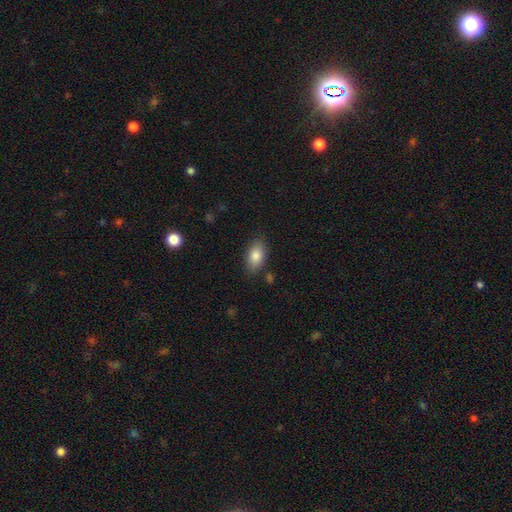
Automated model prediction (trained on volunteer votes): smooth_or_featured: smooth (p=0.84) [alt: featured or disk p=0.09]
how_rounded: in between (p=0.91) [alt: round p=0.06]
merging: none (p=0.83) [alt: minor disturbance p=0.12]